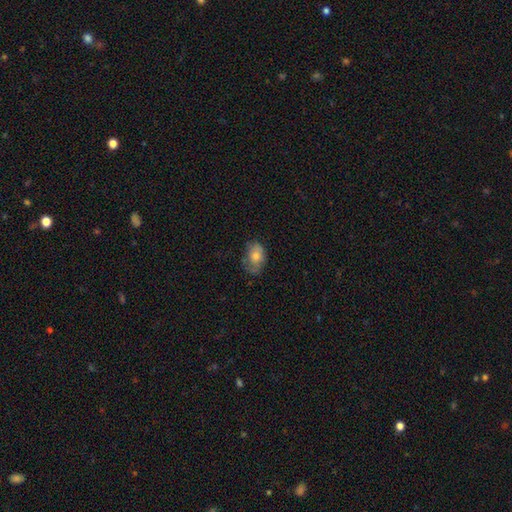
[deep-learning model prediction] A smooth galaxy with no disk features (65%) that is in between round and cigar-shaped (81%).

Vote fractions:
- Smooth or featured? smooth: 65% / featured or disk: 26% / star or artifact: 9%
- How rounded? in between: 81% / round: 18% / cigar-shaped: 2%
- Merging? none: 57% / minor disturbance: 30% / major disturbance: 11% / merger: 2%